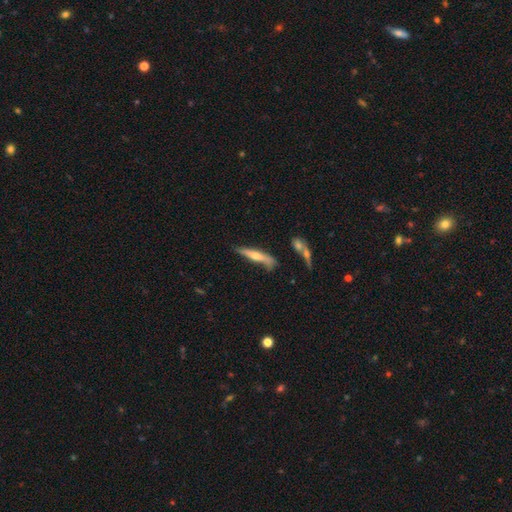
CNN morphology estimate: smooth_or_featured: featured or disk (p=0.58) [alt: smooth p=0.36]
disk_edge_on: yes (p=0.92) [alt: no p=0.08]
edge_on_bulge: rounded (p=0.86) [alt: none p=0.10]
merging: none (p=0.65) [alt: minor disturbance p=0.22]